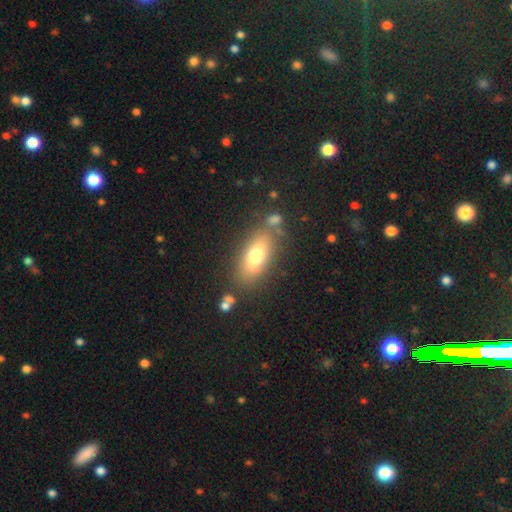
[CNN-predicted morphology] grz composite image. It shows a smooth galaxy with no disk features (70%) that is in between round and cigar-shaped (79%). Merging: none (74%).